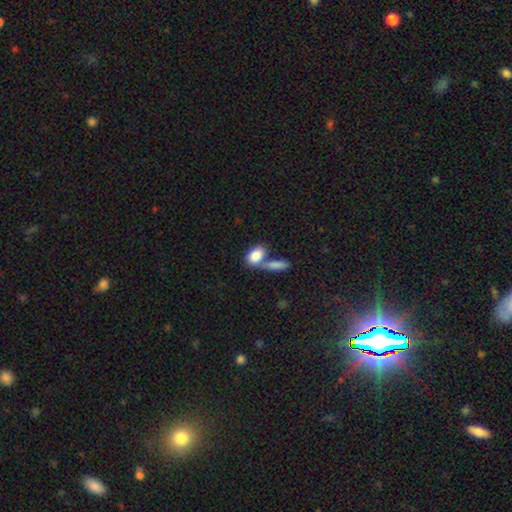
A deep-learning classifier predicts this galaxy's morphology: Smooth or featured? Predicted: smooth (p=0.84). How rounded? Predicted: in between (p=0.88). Merging? Predicted: merger (p=0.49).